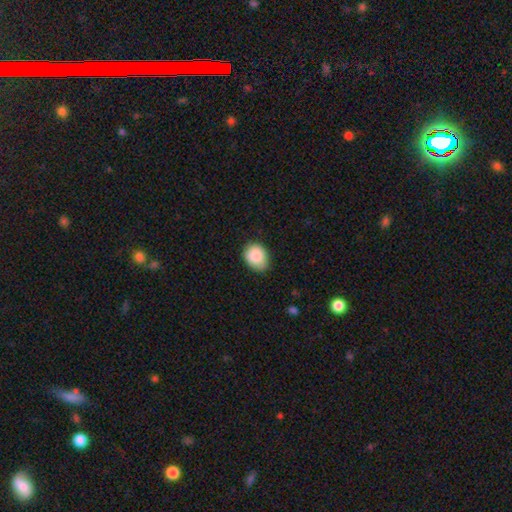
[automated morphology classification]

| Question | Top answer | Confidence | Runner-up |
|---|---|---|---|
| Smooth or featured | smooth | 88% | star or artifact (8%) |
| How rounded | in between | 55% | round (44%) |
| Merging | none | 73% | minor disturbance (23%) |